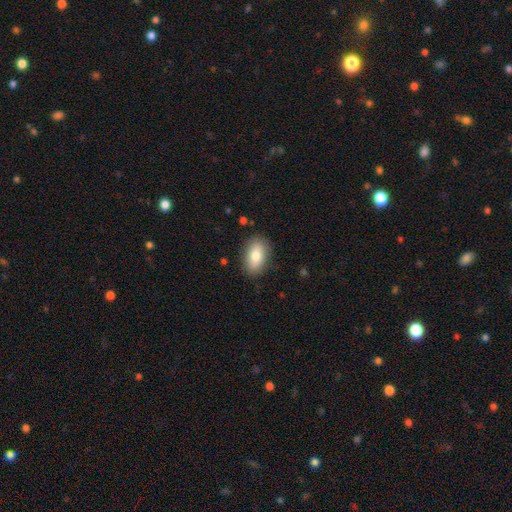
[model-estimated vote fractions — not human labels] The model was most divided on "smooth or featured": smooth: 78%, featured or disk: 15%, star or artifact: 7%. More confident: how rounded — in between (91%); merging — none (85%).